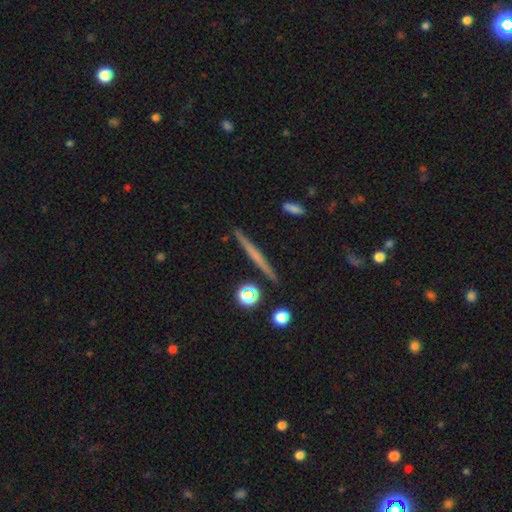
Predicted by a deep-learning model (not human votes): Smooth or featured?
  - featured or disk: 53% *
  - smooth: 40%
  - star or artifact: 8%
Edge-on disk?
  - yes: 97% *
  - no: 3%
Edge-on bulge?
  - none: 78% *
  - rounded: 16%
  - boxy: 6%
Merging?
  - none: 91% *
  - minor disturbance: 6%
  - merger: 2%
  - major disturbance: 1%